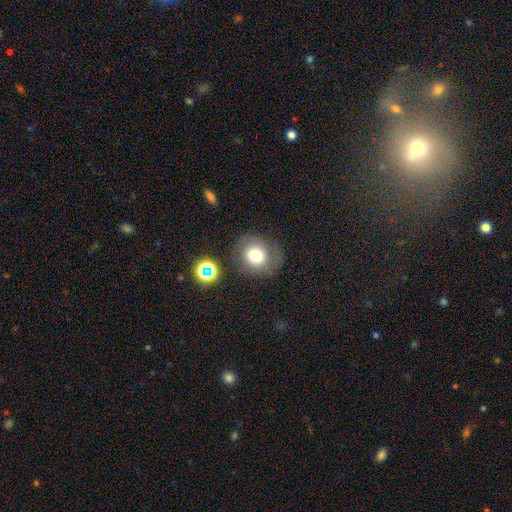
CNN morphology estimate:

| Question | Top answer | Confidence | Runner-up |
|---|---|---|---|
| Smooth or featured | smooth | 71% | featured or disk (17%) |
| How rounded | round | 78% | in between (22%) |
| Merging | none | 77% | minor disturbance (13%) |